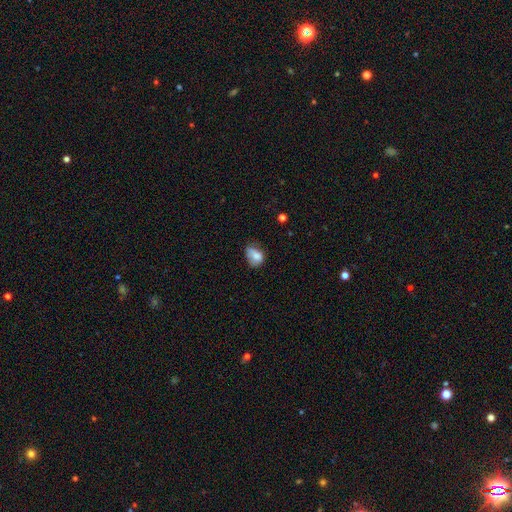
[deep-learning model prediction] smooth-or-featured: smooth: 77% | featured or disk: 14% | star or artifact: 10%
  how-rounded: in between: 70% | round: 29% | cigar-shaped: 1%
  merging: minor disturbance: 40% | none: 36% | major disturbance: 20% | merger: 4%